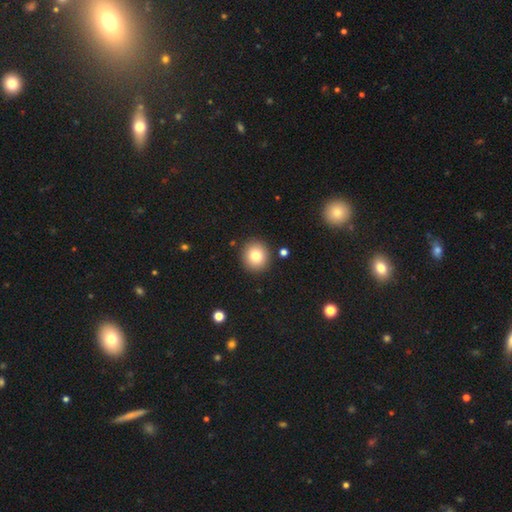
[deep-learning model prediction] Smooth or featured?
  - smooth: 79% *
  - star or artifact: 11%
  - featured or disk: 10%
How rounded?
  - round: 89% *
  - in between: 10%
  - cigar-shaped: 1%
Merging?
  - none: 90% *
  - minor disturbance: 6%
  - merger: 2%
  - major disturbance: 2%